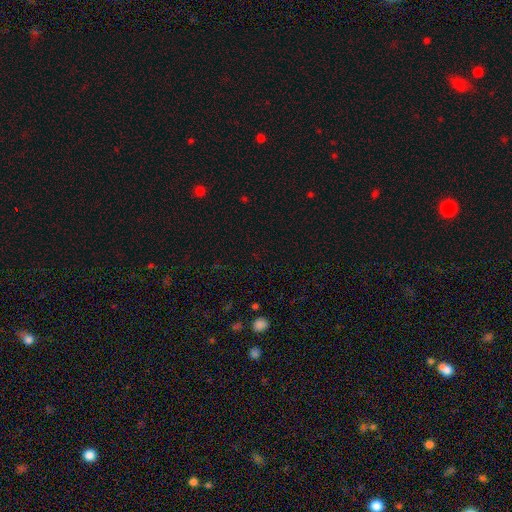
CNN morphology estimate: The model was most divided on "smooth or featured": star or artifact: 66%, smooth: 27%, featured or disk: 7%.